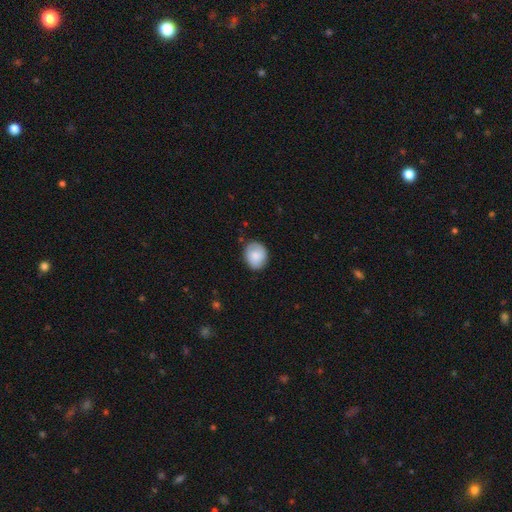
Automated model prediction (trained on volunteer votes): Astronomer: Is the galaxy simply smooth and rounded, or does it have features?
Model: smooth — 80%.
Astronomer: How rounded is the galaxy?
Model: round — 61% (runner-up: in between, 38%).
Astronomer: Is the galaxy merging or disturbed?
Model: none — 81%.